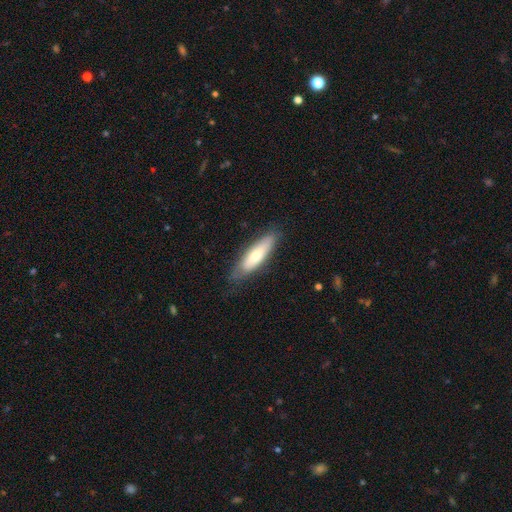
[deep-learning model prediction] This appears to be a smooth galaxy with no disk features (64%) that is cigar-shaped (61%). Merging: none (77%).